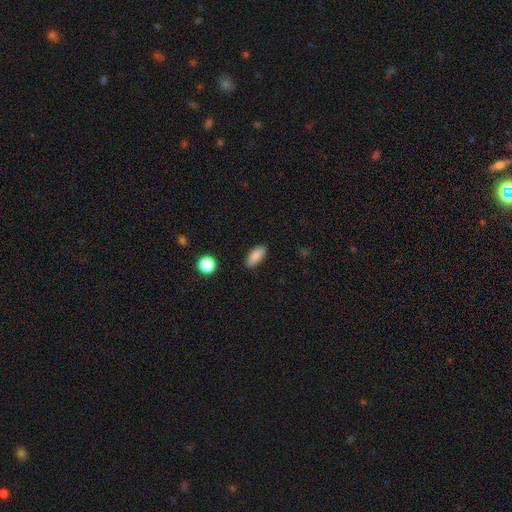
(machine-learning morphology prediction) Smooth or featured: smooth — 86% (star or artifact — 8%)
How rounded: in between — 80% (cigar-shaped — 17%)
Merging: none — 87% (minor disturbance — 10%)